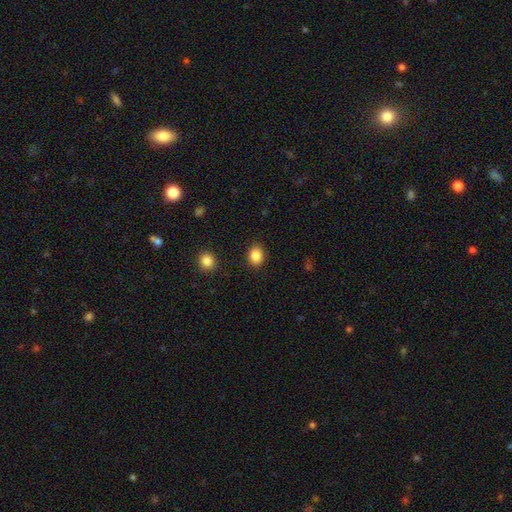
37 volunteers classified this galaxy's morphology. A smooth galaxy with no disk features (95%) that is round (57%). Merging: none (89%).